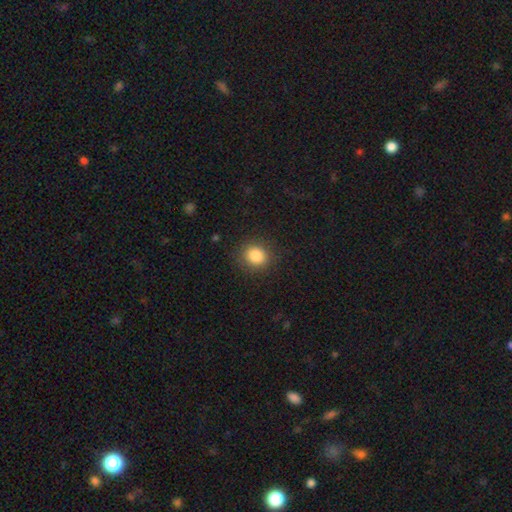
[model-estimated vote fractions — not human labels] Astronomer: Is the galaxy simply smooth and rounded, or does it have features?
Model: smooth — 84%.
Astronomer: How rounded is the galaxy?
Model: round — 77%.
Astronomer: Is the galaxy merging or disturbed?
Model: none — 88%.